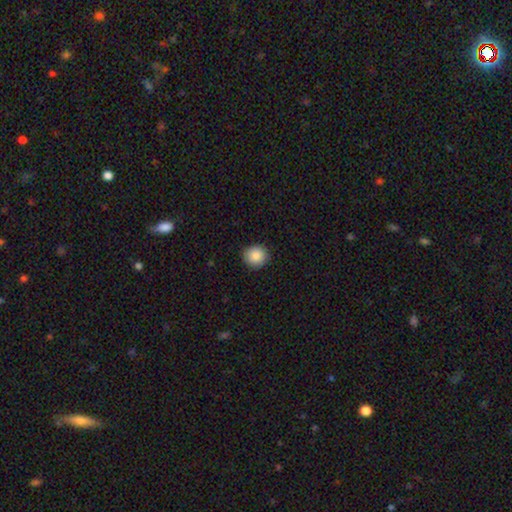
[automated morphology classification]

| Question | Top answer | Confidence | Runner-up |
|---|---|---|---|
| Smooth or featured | smooth | 87% | star or artifact (8%) |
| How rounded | round | 87% | in between (12%) |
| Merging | none | 90% | minor disturbance (7%) |